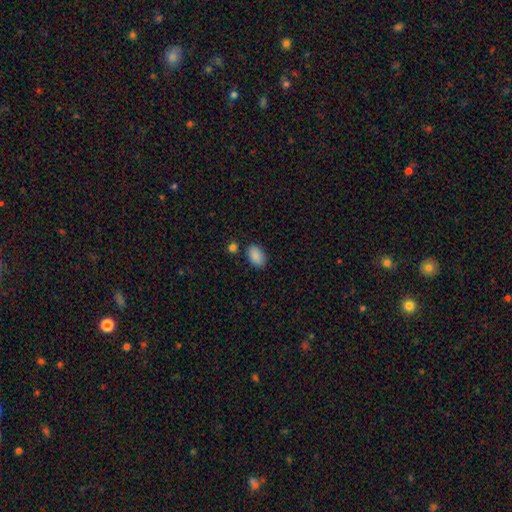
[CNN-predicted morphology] Smooth or featured? Predicted: smooth (p=0.89). How rounded? Predicted: in between (p=0.91). Merging? Predicted: none (p=0.81).